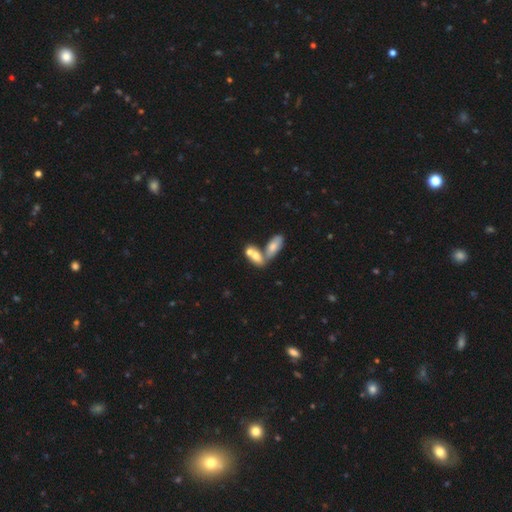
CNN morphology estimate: This is likely a smooth galaxy (69%). How rounded: clearly in between (80%). Merging: likely merger (64%).